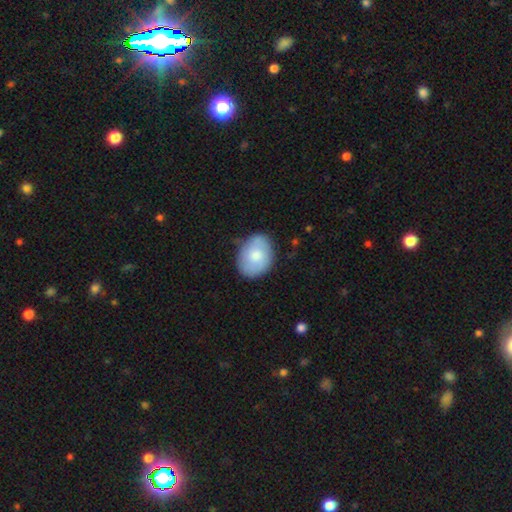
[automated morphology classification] Overall: smooth (72%). How rounded: in between (65%; round 34%). Merging: none (74%).